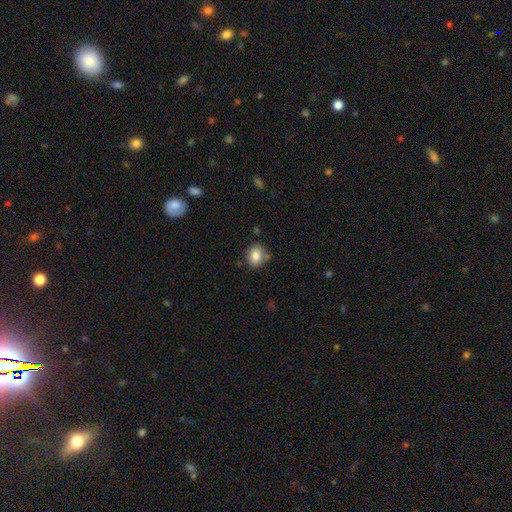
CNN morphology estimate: Q: Smooth or featured?
A: smooth (83%); runner-up: star or artifact (9%)
Q: How rounded?
A: round (60%); runner-up: in between (39%)
Q: Merging?
A: none (73%); runner-up: minor disturbance (17%)